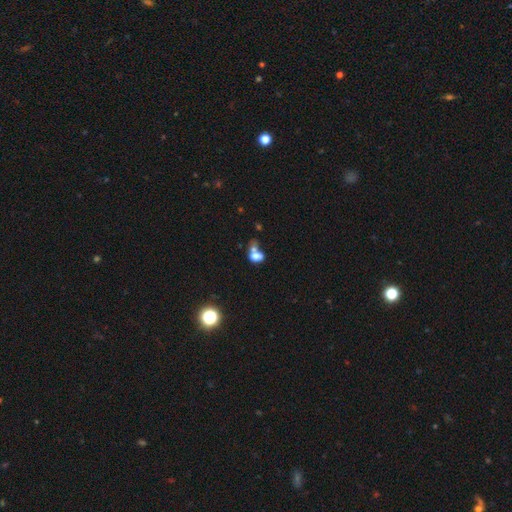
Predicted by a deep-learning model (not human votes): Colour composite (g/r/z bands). It shows a smooth galaxy with no disk features (69%) that is in between round and cigar-shaped (77%). Merging: merger (54%).